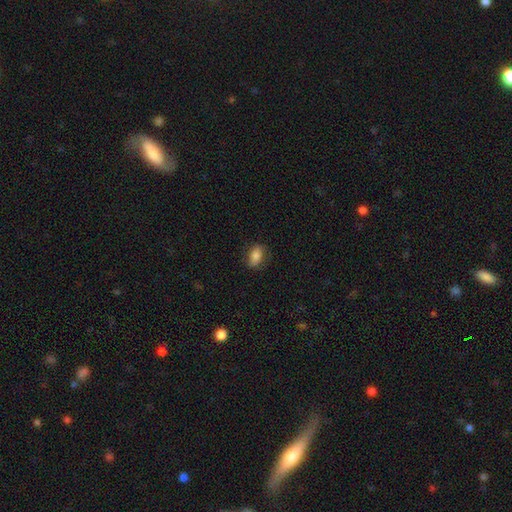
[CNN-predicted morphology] Smooth or featured?
  - smooth: 81% *
  - featured or disk: 11%
  - star or artifact: 8%
How rounded?
  - in between: 86% *
  - round: 10%
  - cigar-shaped: 4%
Merging?
  - none: 78% *
  - minor disturbance: 17%
  - major disturbance: 4%
  - merger: 1%